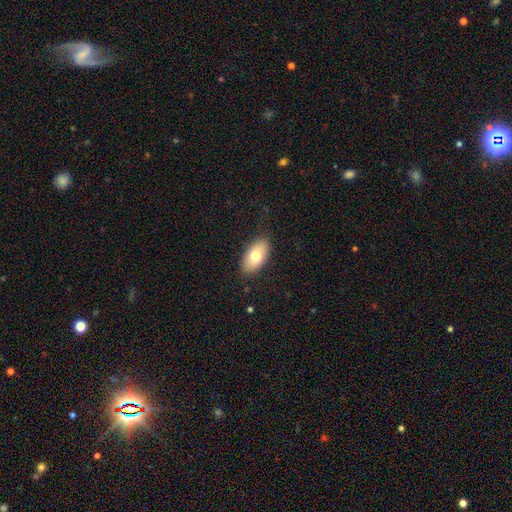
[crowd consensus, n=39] smooth_or_featured: smooth (p=0.72) [alt: featured or disk p=0.23]
how_rounded: in between (p=0.96) [alt: cigar-shaped p=0.04]
merging: none (p=0.92) [alt: minor disturbance p=0.08]